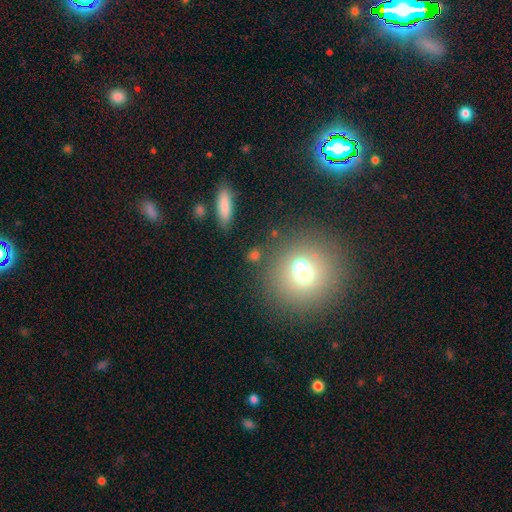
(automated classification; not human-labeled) Overall: smooth (60%; star or artifact 22%). How rounded: round (69%). Merging: none (63%; merger 23%).